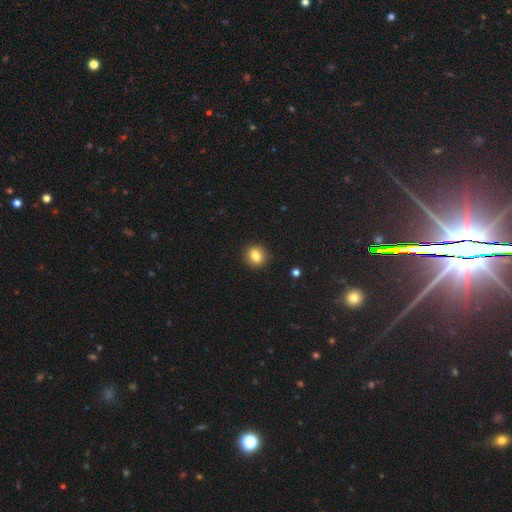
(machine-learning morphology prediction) This is clearly a smooth galaxy (83%). How rounded: likely round (80%). Merging: clearly none (90%).